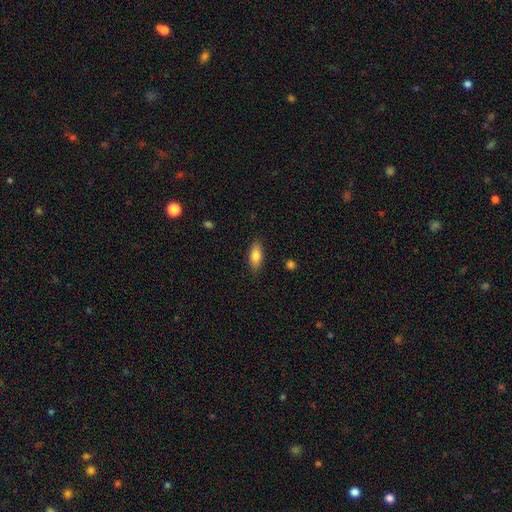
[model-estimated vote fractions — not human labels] smooth-or-featured: smooth: 78% | featured or disk: 15% | star or artifact: 7%
  how-rounded: in between: 79% | cigar-shaped: 18% | round: 3%
  merging: none: 85% | minor disturbance: 11% | major disturbance: 3% | merger: 1%